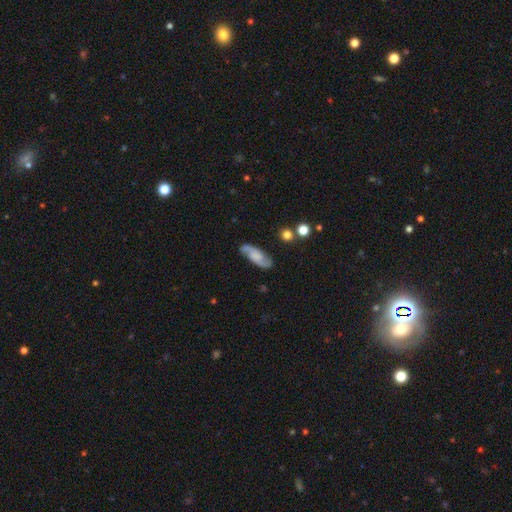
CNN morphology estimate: A featured or disk galaxy (74%) with no bar (51%), 2 (91%) medium (47%) spiral arms (95%) and no central bulge (45%).

Vote fractions:
- Smooth or featured? featured or disk: 74% / smooth: 20% / star or artifact: 6%
- Edge-on disk? no: 93% / yes: 7%
- Bar? no: 51% / weak: 38% / strong: 11%
- Spiral arms? yes: 95% / no: 5%
- Spiral winding? medium: 47% / loose: 32% / tight: 21%
- Spiral arm count? 2: 91% / can't tell: 4% / 1: 2% / 3: 1% / 4: 1% / more than 4: 1%
- Bulge size? none: 45% / small: 22% / moderate: 19% / large: 12% / dominant: 2%
- Merging? none: 81% / minor disturbance: 13% / major disturbance: 4% / merger: 2%